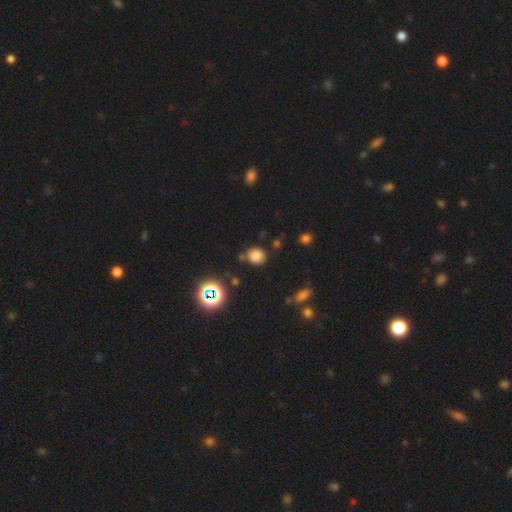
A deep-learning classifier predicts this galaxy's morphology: The model was most divided on "how rounded": round: 73%, in between: 26%, cigar-shaped: 1%. More confident: merging — none (77%); smooth or featured — smooth (75%).